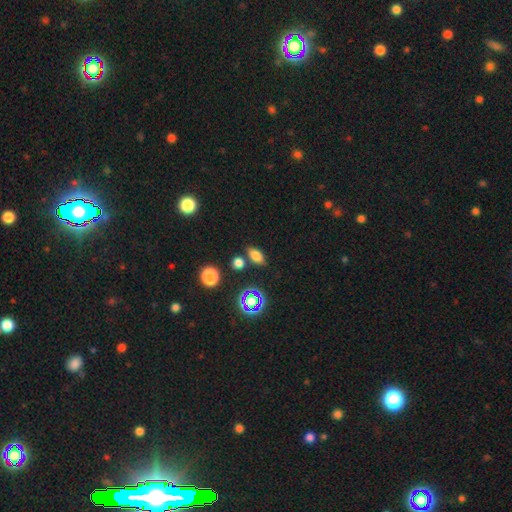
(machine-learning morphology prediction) Overall: smooth (73%). How rounded: in between (81%). Merging: none (80%).